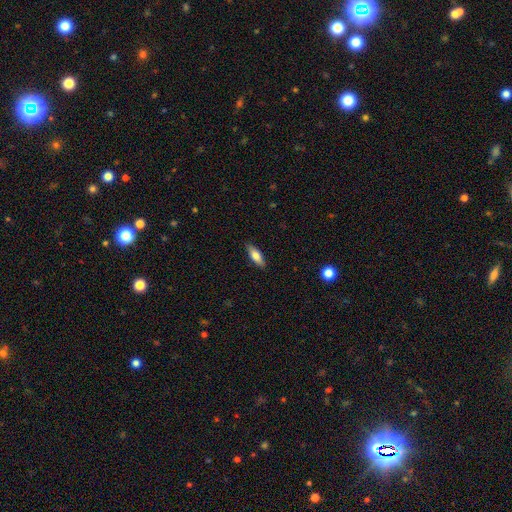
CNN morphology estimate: type=smooth (74%); roundness=in between (64%); merging=none (88%).